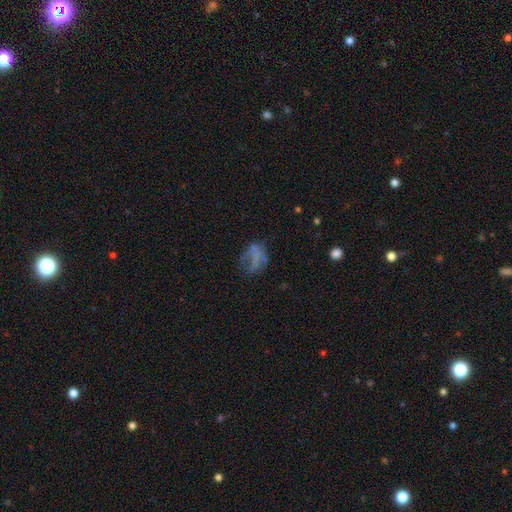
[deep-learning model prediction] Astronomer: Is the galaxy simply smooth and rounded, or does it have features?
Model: smooth — 45% (runner-up: featured or disk, 36%).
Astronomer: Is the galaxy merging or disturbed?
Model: none — 40% (runner-up: major disturbance, 33%).